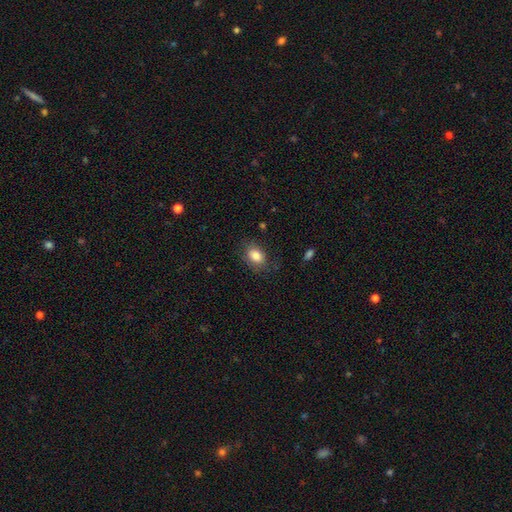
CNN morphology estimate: Smooth or featured?
  - smooth: 84% *
  - featured or disk: 8%
  - star or artifact: 8%
How rounded?
  - in between: 79% *
  - round: 20%
  - cigar-shaped: 1%
Merging?
  - none: 76% *
  - minor disturbance: 17%
  - major disturbance: 6%
  - merger: 1%